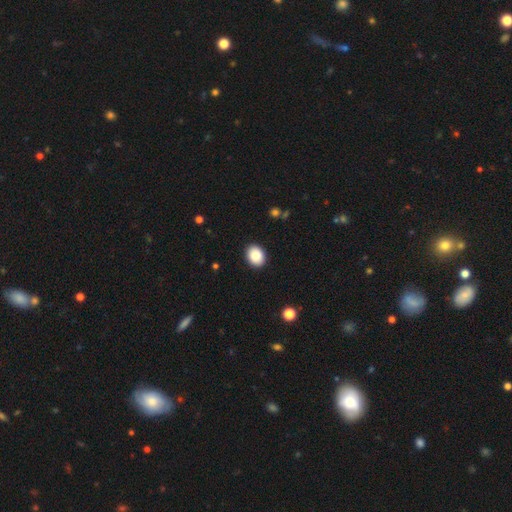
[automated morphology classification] type=smooth (87%); roundness=in between (59%); merging=none (91%).